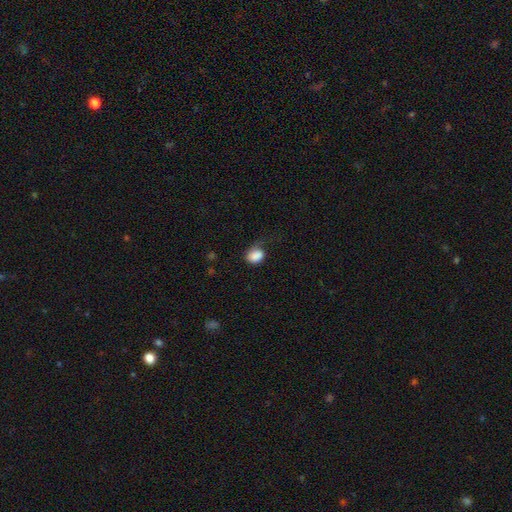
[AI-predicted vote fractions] This is clearly a smooth galaxy (84%). How rounded: likely in between (62%). Merging: marginally none (39%).